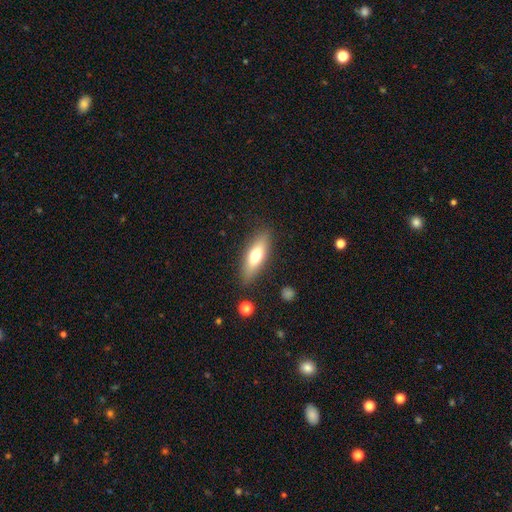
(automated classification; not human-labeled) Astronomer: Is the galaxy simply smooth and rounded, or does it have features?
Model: smooth — 63%.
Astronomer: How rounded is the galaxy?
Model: in between — 51% (runner-up: cigar-shaped, 46%).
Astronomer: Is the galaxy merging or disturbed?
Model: none — 85%.